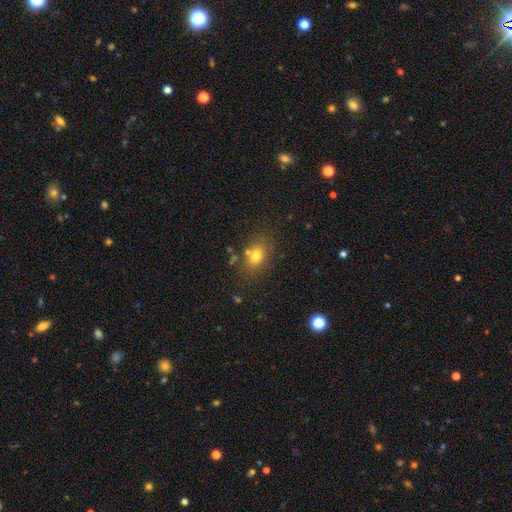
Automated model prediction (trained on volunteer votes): smooth_or_featured: smooth (p=0.74) [alt: star or artifact p=0.13]
how_rounded: in between (p=0.66) [alt: round p=0.33]
merging: none (p=0.70) [alt: minor disturbance p=0.15]